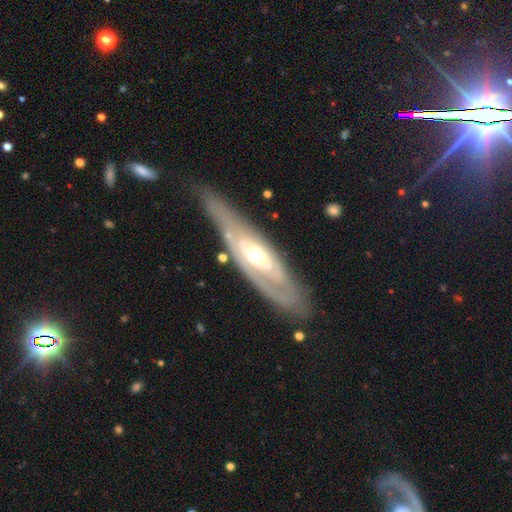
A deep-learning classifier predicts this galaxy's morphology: featured or disk 80%, smooth 16%, star or artifact 5%. Down the decision tree: edge-on disk — no (72%); bar — no (76%); spiral arms — yes (52%); bulge size — moderate (69%); merging — none (73%).